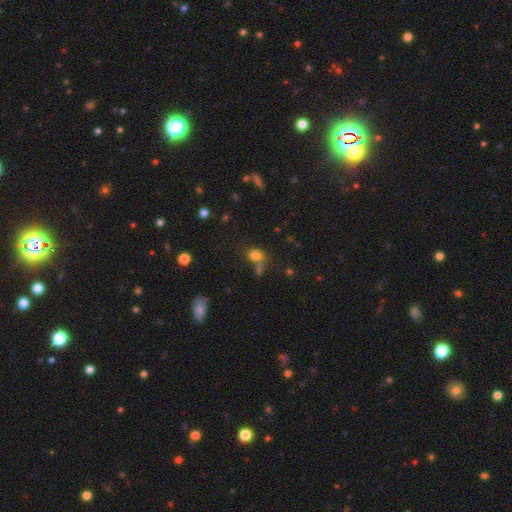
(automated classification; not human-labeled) A smooth galaxy with no disk features (76%) that is in between round and cigar-shaped (62%). Merging: none (51%).